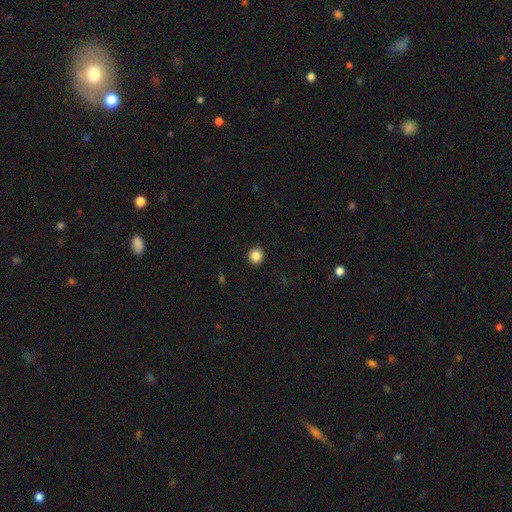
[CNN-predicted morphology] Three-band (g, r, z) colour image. It shows a smooth galaxy with no disk features (86%) that is round (88%). Merging: none (92%).